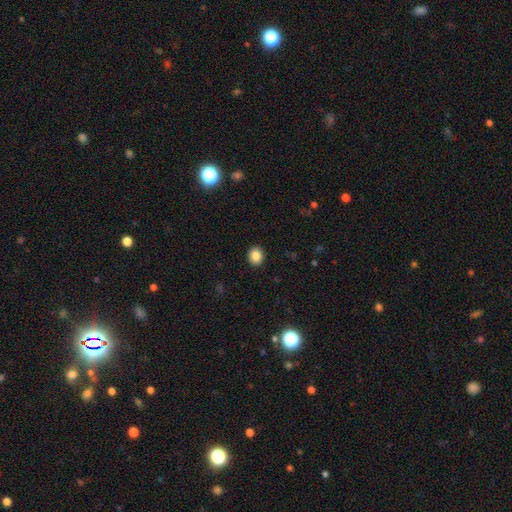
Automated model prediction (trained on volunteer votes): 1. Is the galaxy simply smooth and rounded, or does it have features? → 86% smooth, 10% star or artifact, 4% featured or disk.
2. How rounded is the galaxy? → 64% round, 35% in between, 1% cigar-shaped.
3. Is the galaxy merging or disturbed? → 91% none, 6% minor disturbance, 2% major disturbance, 1% merger.